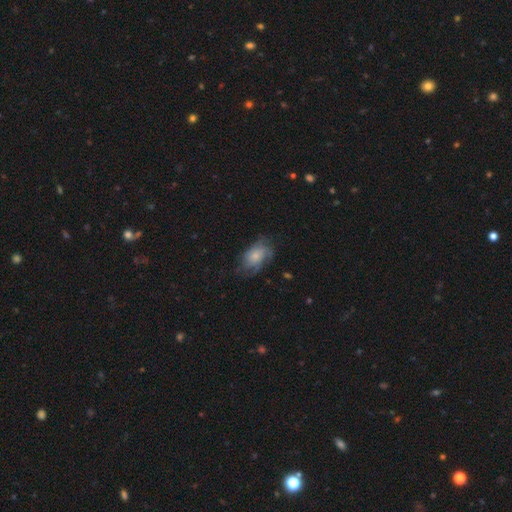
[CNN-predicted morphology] A featured or disk galaxy (51%). Merging: none (57%).